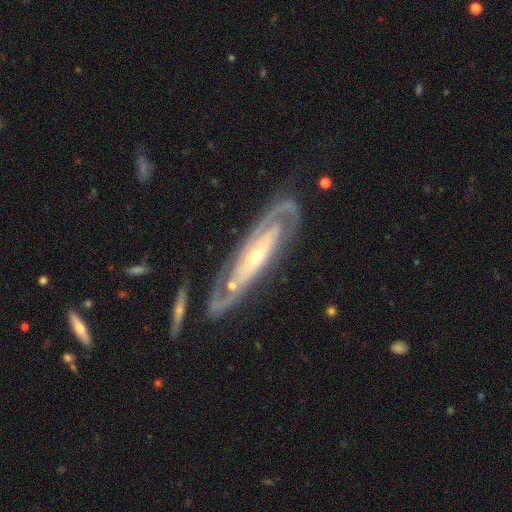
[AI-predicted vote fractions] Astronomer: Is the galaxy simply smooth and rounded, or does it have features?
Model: featured or disk — 88%.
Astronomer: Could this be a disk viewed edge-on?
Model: no — 85%.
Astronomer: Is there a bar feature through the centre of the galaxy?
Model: no — 44% (runner-up: weak, 29%).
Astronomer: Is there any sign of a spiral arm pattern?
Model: yes — 94%.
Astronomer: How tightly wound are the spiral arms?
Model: tight — 58% (runner-up: medium, 33%).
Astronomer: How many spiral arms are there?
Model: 2 — 75%.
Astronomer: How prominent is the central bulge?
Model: small — 56% (runner-up: moderate, 39%).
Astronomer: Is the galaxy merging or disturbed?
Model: none — 74%.